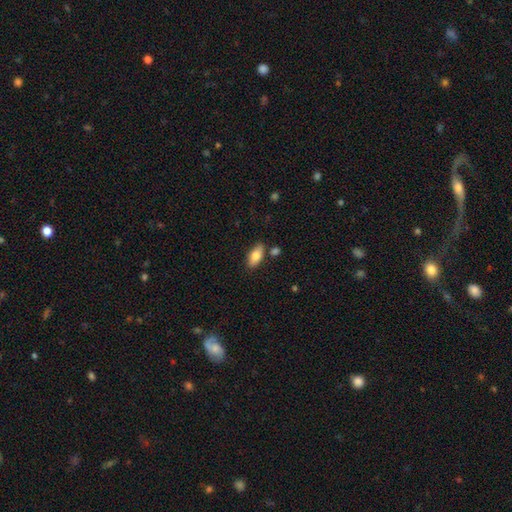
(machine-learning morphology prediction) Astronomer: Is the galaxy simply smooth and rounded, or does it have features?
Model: smooth — 81%.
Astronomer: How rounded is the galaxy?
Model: in between — 87%.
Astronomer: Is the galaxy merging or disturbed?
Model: none — 80%.